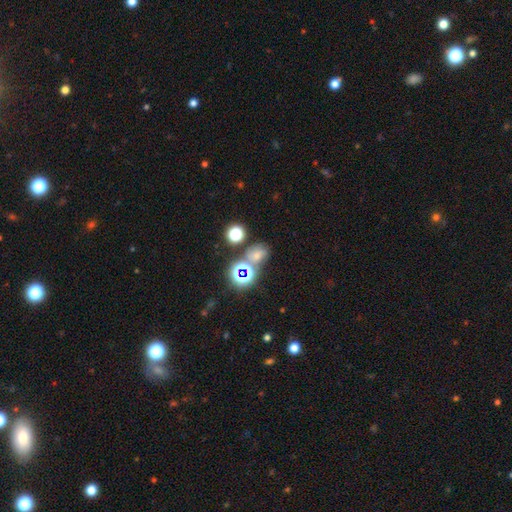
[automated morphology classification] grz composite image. It shows a smooth galaxy with no disk features (48%). Merging: none (55%).